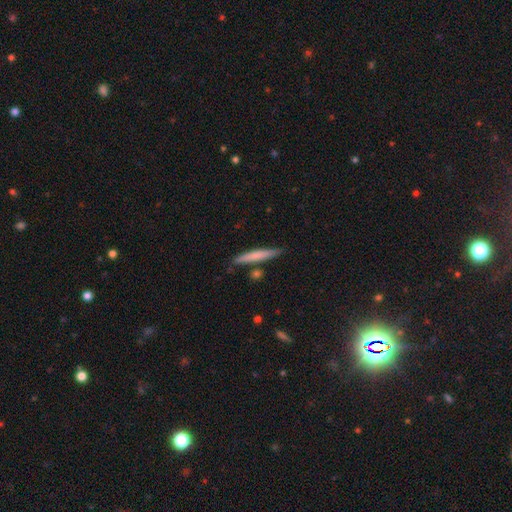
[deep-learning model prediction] A smooth galaxy with no disk features (67%) that is cigar-shaped (94%). Merging: none (84%).